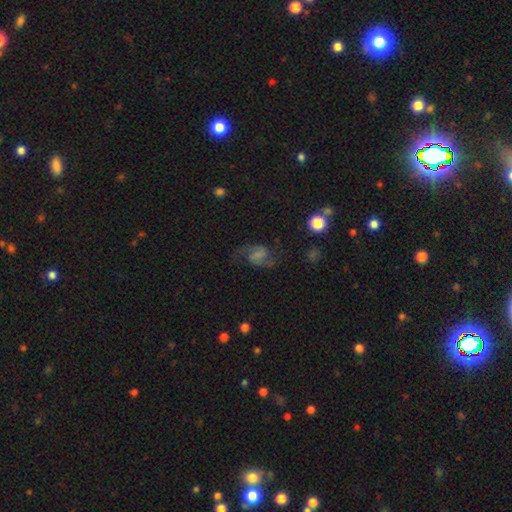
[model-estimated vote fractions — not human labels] The model was most divided on "spiral winding": loose: 46%, medium: 45%, tight: 9%. Remaining: edge-on disk — no (97%); spiral arms — yes (94%); spiral arm count — 2 (91%); smooth or featured — featured or disk (72%); merging — none (71%); bar — weak (45%); bulge size — none (40%).